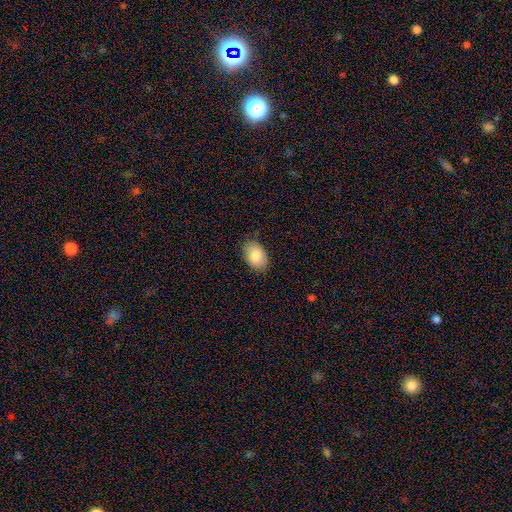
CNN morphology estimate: Smooth or featured? smooth (83%)
How rounded? in between (89%)
Merging? none (82%)